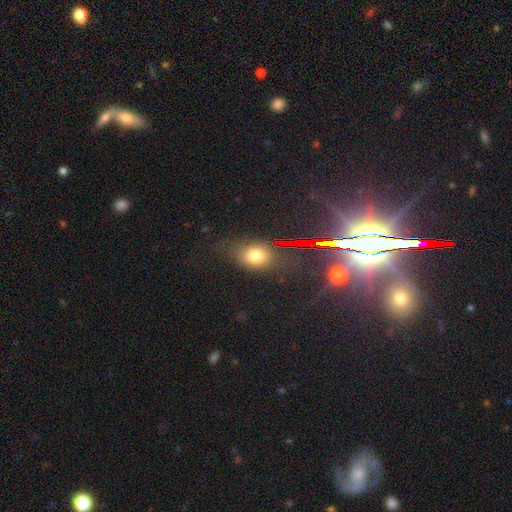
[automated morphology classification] Q: Smooth or featured?
A: smooth (71%); runner-up: star or artifact (19%)
Q: How rounded?
A: in between (58%); runner-up: round (39%)
Q: Merging?
A: none (72%); runner-up: minor disturbance (18%)